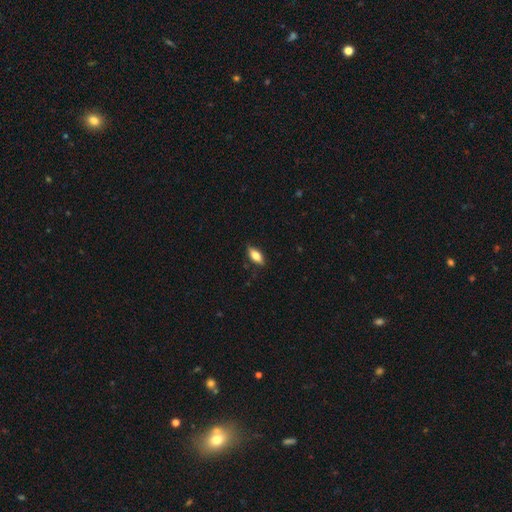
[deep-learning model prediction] The model was most divided on "smooth or featured": smooth: 72%, featured or disk: 21%, star or artifact: 7%. More confident: merging — none (82%); how rounded — in between (78%).